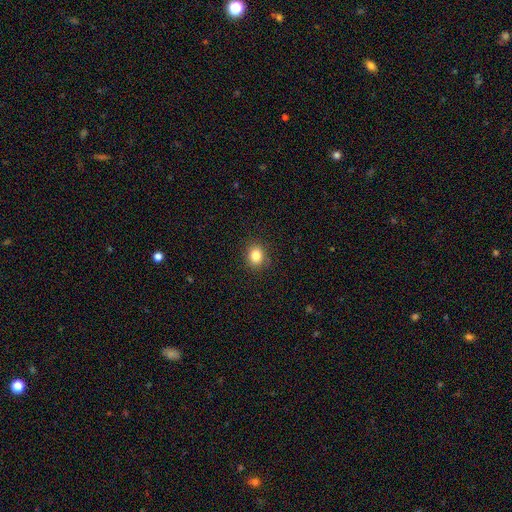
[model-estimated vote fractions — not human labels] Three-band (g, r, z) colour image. It shows a smooth galaxy with no disk features (83%) that is round (65%). Merging: none (87%).